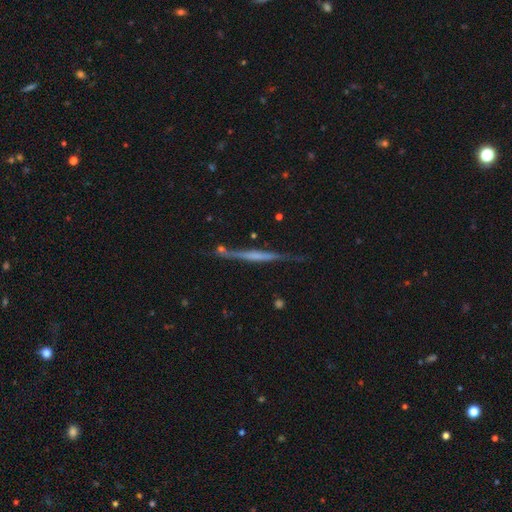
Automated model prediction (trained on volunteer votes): Q: Smooth or featured?
A: featured or disk (70%); runner-up: smooth (23%)
Q: Edge-on disk?
A: yes (97%); runner-up: no (3%)
Q: Edge-on bulge?
A: none (54%); runner-up: rounded (23%)
Q: Merging?
A: none (76%); runner-up: minor disturbance (16%)